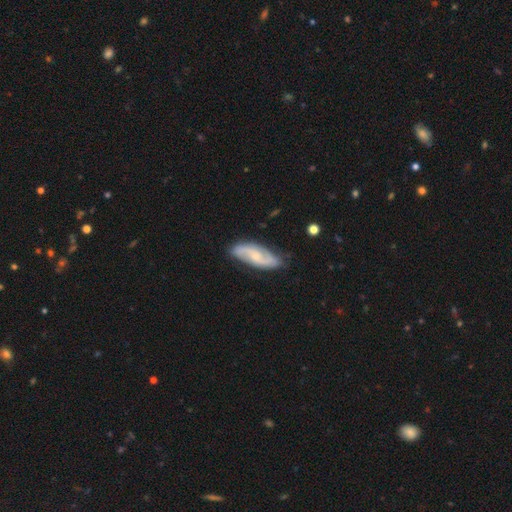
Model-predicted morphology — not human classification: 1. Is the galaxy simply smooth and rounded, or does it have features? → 71% featured or disk, 23% smooth, 6% star or artifact.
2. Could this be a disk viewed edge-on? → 91% no, 9% yes.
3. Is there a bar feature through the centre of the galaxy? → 51% no, 39% weak, 10% strong.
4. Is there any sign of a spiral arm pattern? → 94% yes, 6% no.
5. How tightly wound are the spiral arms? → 42% medium, 37% loose, 21% tight.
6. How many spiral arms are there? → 87% 2, 8% can't tell, 2% 3, 2% 1, 1% 4, 1% more than 4.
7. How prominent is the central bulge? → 56% small, 29% moderate, 11% none, 2% large, 1% dominant.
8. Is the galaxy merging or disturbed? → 78% none, 16% minor disturbance, 4% major disturbance, 2% merger.